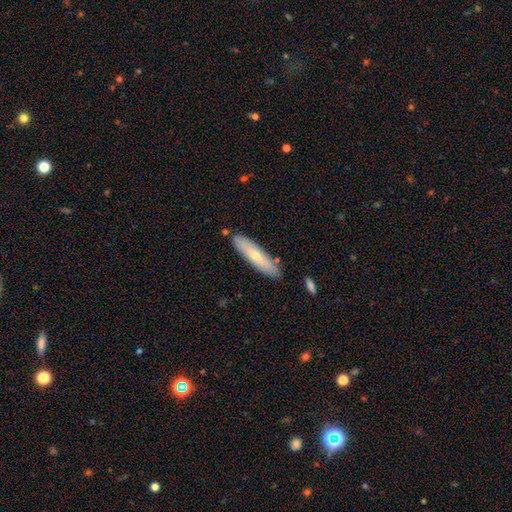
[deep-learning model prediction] smooth_or_featured: smooth (p=0.63) [alt: featured or disk p=0.31]
how_rounded: cigar-shaped (p=0.77) [alt: in between p=0.22]
merging: none (p=0.85) [alt: minor disturbance p=0.11]